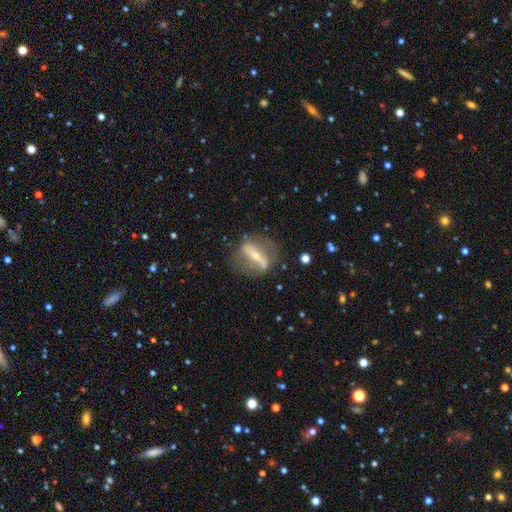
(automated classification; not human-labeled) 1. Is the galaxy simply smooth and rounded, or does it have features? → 73% featured or disk, 20% smooth, 7% star or artifact.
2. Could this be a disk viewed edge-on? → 69% no, 31% yes.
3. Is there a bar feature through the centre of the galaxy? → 76% strong, 14% weak, 10% no.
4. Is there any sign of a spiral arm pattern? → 59% no, 41% yes.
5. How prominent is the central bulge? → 57% small, 38% moderate, 2% large, 2% none, 1% dominant.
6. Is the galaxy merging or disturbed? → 67% none, 17% minor disturbance, 13% major disturbance, 2% merger.